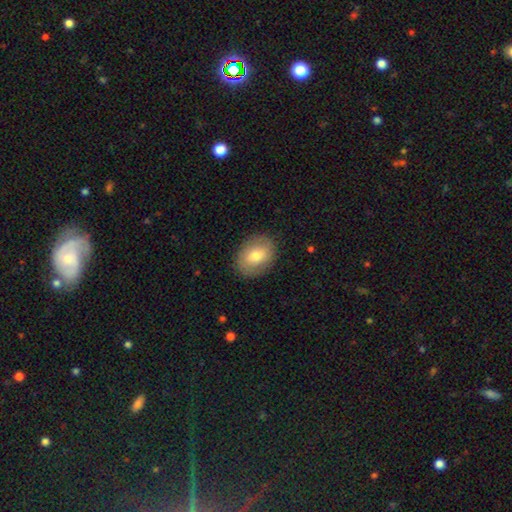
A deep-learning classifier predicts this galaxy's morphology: smooth 72%, featured or disk 20%, star or artifact 8%. Down the decision tree: how rounded — in between (67%); merging — none (86%).